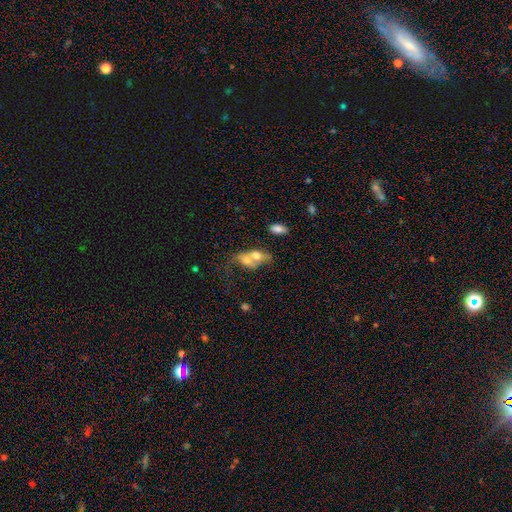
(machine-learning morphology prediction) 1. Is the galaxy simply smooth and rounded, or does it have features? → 59% smooth, 31% featured or disk, 9% star or artifact.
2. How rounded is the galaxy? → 72% in between, 24% round, 3% cigar-shaped.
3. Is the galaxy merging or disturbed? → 70% merger, 13% none, 10% major disturbance, 7% minor disturbance.